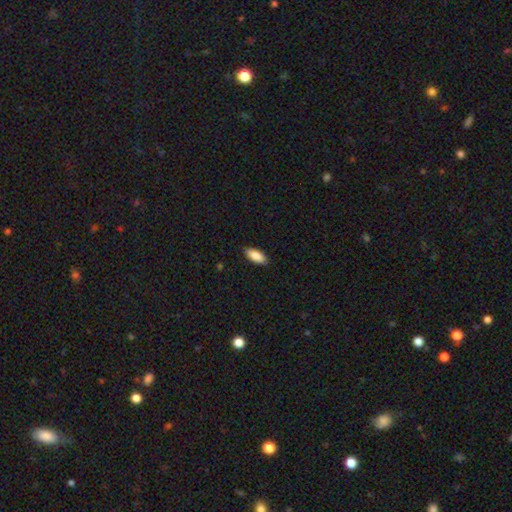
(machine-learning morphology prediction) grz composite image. It shows a smooth galaxy with no disk features (88%) that is in between round and cigar-shaped (85%). Merging: none (88%).